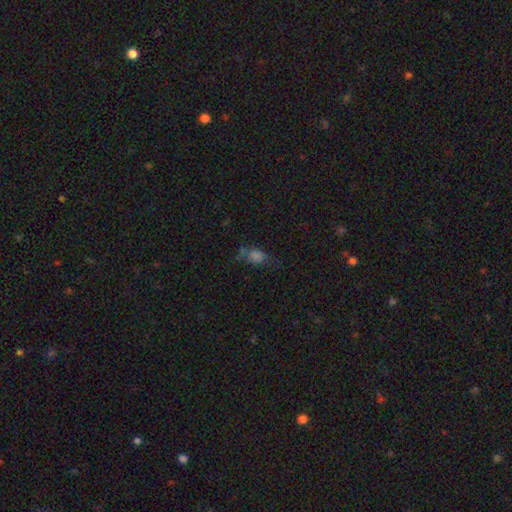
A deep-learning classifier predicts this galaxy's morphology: The model was most divided on "merging": none: 47%, minor disturbance: 25%, major disturbance: 18%, merger: 10%. More confident: how rounded — in between (69%); smooth or featured — smooth (60%).